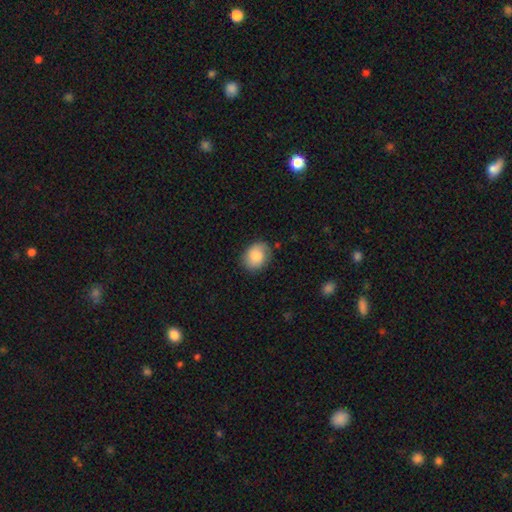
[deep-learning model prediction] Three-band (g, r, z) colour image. It shows a smooth galaxy with no disk features (83%) that is in between round and cigar-shaped (52%). Merging: none (80%).